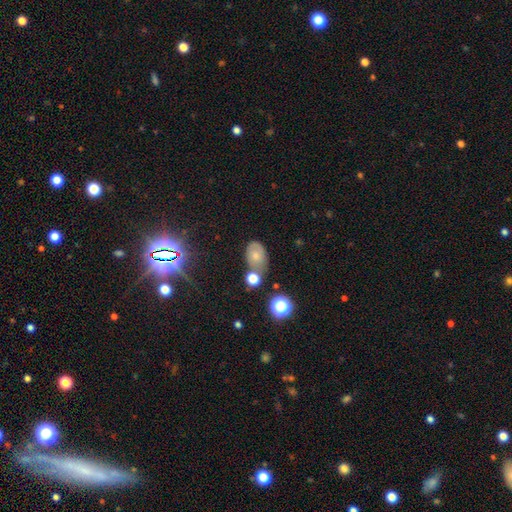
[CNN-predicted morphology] Smooth or featured? smooth (65%)
How rounded? in between (78%)
Merging? none (54%)